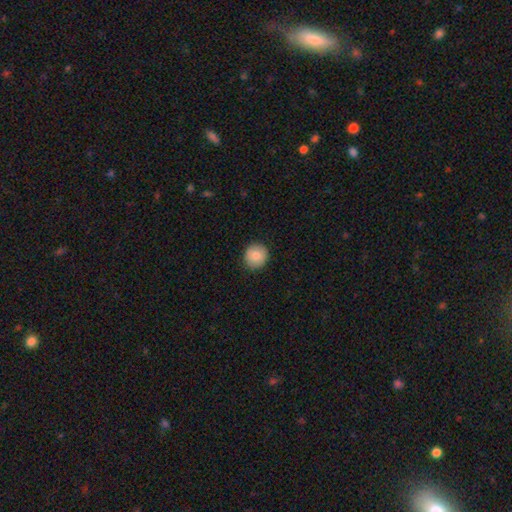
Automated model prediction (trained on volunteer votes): A smooth galaxy with no disk features (81%) that is round (92%). Merging: none (90%).